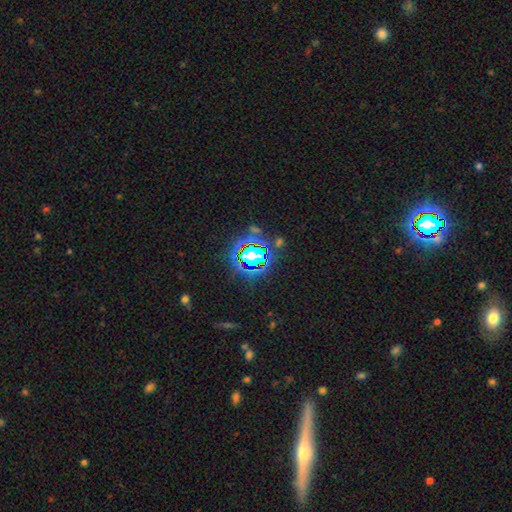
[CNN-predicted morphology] A star or artifact, not a galaxy (68%).

Vote fractions:
- Smooth or featured? star or artifact: 68% / smooth: 19% / featured or disk: 12%